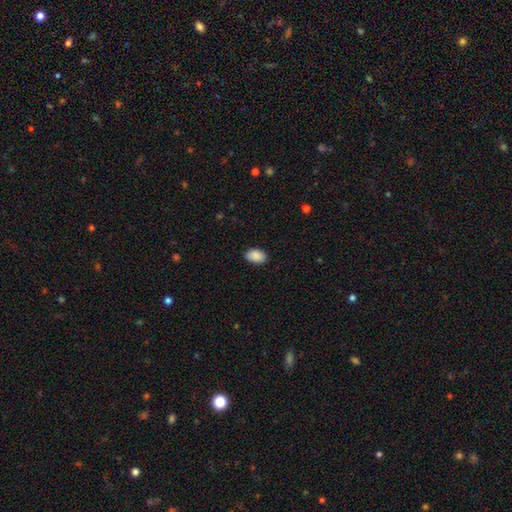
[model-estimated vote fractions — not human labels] smooth 90%, star or artifact 7%, featured or disk 3%. Down the decision tree: how rounded — in between (90%); merging — none (88%).